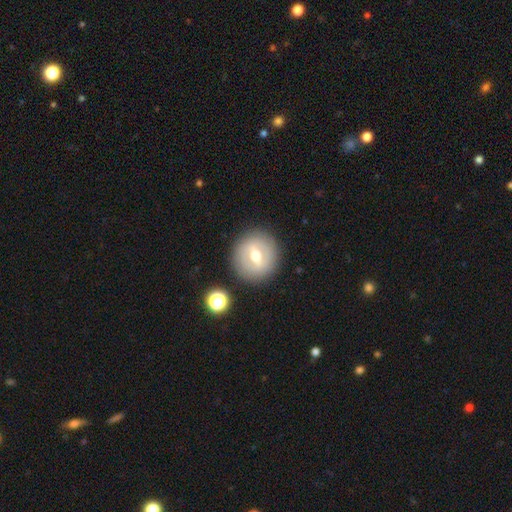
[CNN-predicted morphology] A featured or disk galaxy (48%).

Vote fractions:
- Smooth or featured? featured or disk: 48% / smooth: 43% / star or artifact: 9%
- Merging? none: 85% / minor disturbance: 9% / major disturbance: 4% / merger: 3%